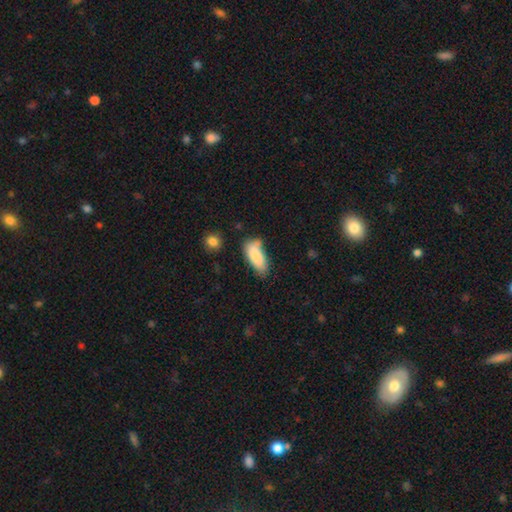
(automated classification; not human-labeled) smooth_or_featured: smooth (p=0.84) [alt: featured or disk p=0.09]
how_rounded: in between (p=0.78) [alt: cigar-shaped p=0.20]
merging: none (p=0.54) [alt: minor disturbance p=0.31]